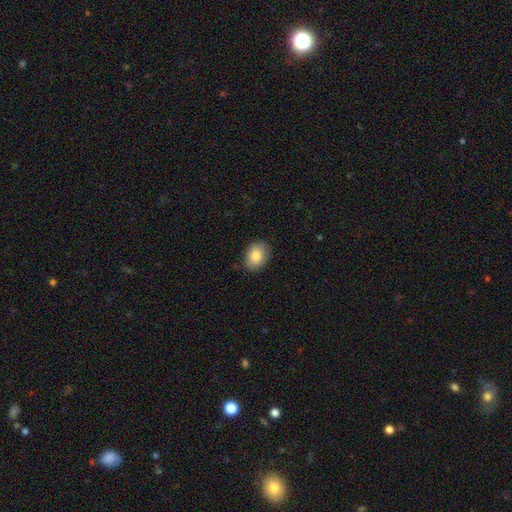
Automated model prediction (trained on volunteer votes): This is clearly a smooth galaxy (85%). How rounded: likely in between (65%). Merging: clearly none (87%).